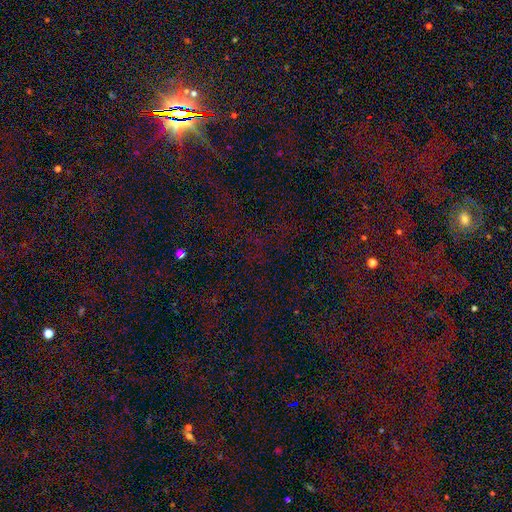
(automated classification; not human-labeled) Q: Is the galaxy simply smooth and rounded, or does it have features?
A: star or artifact — 74%.